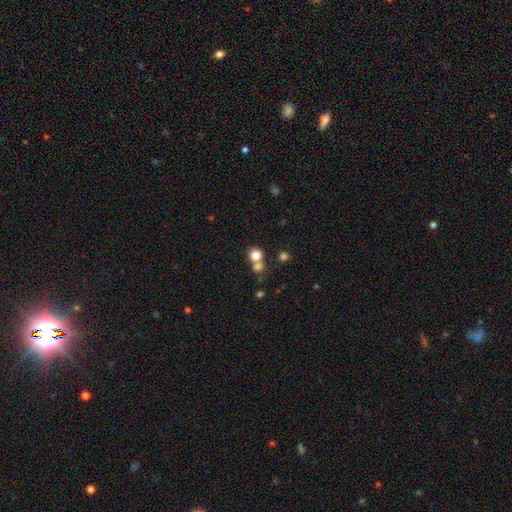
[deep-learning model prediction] A smooth galaxy with no disk features (79%) that is round (79%). Merging: none (46%).